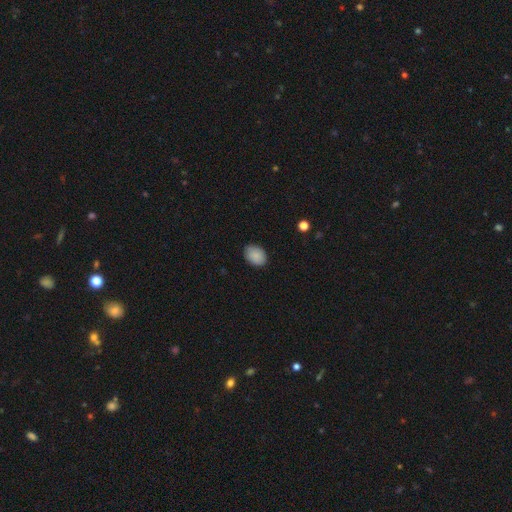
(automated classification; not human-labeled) Q: Smooth or featured?
A: smooth (89%); runner-up: star or artifact (7%)
Q: How rounded?
A: in between (74%); runner-up: round (25%)
Q: Merging?
A: none (85%); runner-up: minor disturbance (12%)